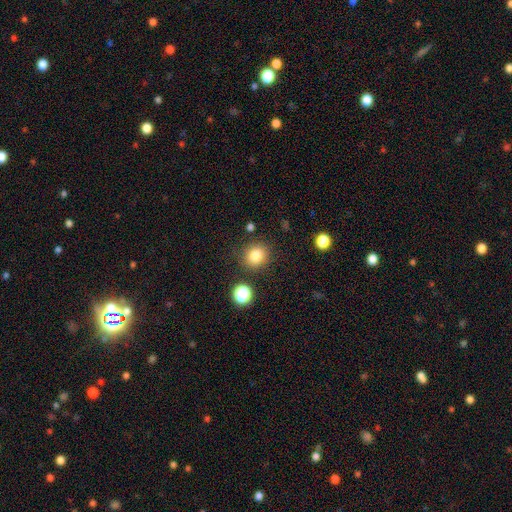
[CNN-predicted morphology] Smooth or featured? Predicted: smooth (p=0.81). How rounded? Predicted: round (p=0.87). Merging? Predicted: none (p=0.86).